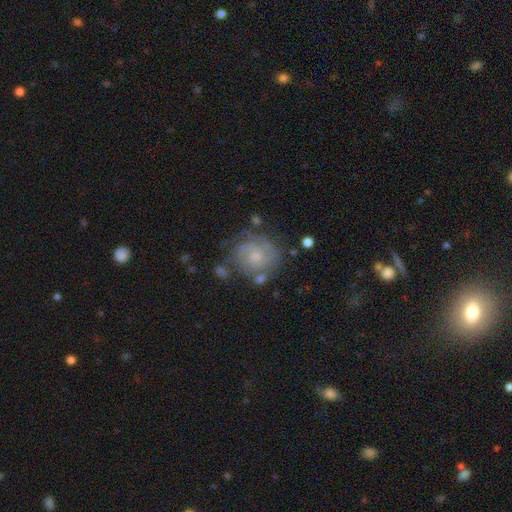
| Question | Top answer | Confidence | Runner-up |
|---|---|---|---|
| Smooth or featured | featured or disk | 70% | smooth (24%) |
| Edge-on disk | no | 100% | — |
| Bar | no | 69% | weak (31%) |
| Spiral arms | yes | 85% | no (15%) |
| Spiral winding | tight | 77% | medium (14%) |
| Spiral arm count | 2 | 59% | can't tell (32%) |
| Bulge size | moderate | 42% | small (35%) |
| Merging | none | 51% | major disturbance (20%) |